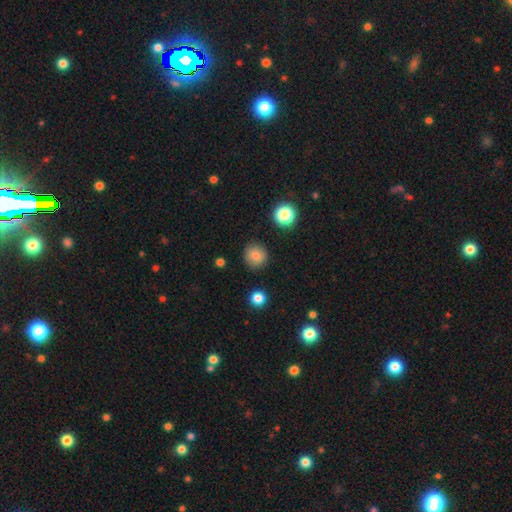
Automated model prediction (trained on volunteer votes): Smooth or featured?
  - smooth: 83% *
  - star or artifact: 11%
  - featured or disk: 6%
How rounded?
  - round: 93% *
  - in between: 6%
  - cigar-shaped: 1%
Merging?
  - none: 89% *
  - minor disturbance: 7%
  - major disturbance: 2%
  - merger: 2%